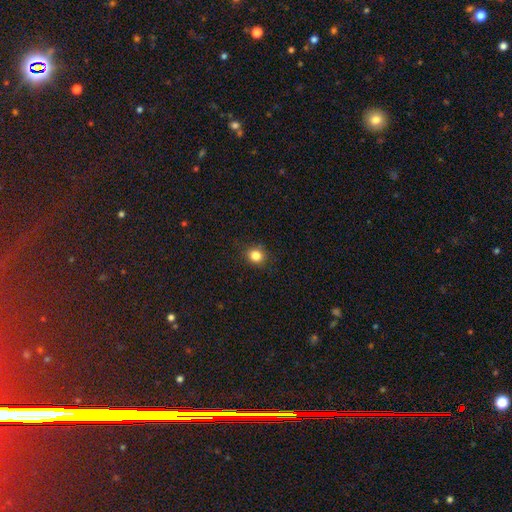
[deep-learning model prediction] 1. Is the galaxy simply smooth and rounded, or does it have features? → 83% smooth, 12% star or artifact, 5% featured or disk.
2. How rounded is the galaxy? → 78% round, 21% in between, 1% cigar-shaped.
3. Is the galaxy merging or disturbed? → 86% none, 10% minor disturbance, 3% major disturbance, 1% merger.